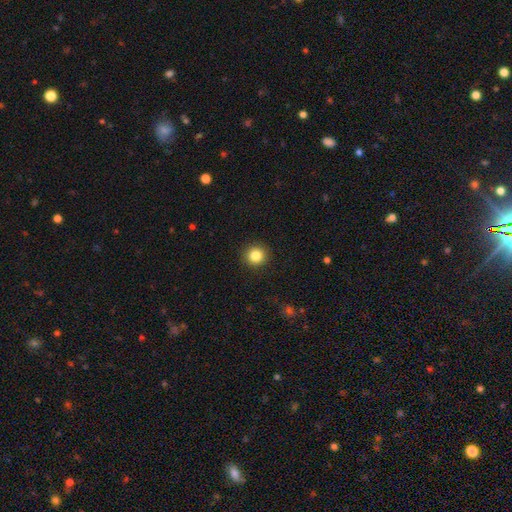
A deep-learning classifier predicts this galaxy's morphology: Q: Smooth or featured?
A: smooth (84%); runner-up: star or artifact (11%)
Q: How rounded?
A: round (93%); runner-up: in between (6%)
Q: Merging?
A: none (92%); runner-up: minor disturbance (5%)